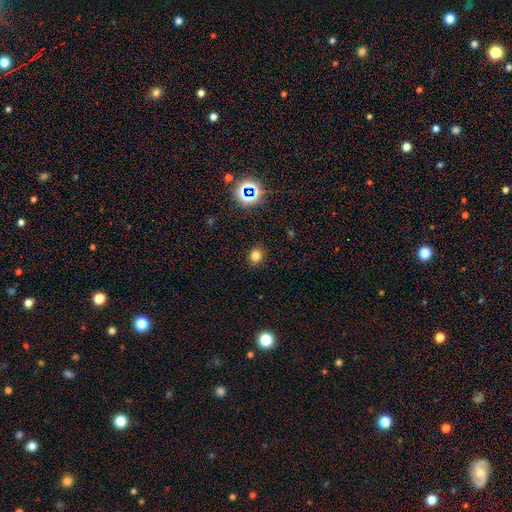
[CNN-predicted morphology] Smooth or featured: smooth — 76% (star or artifact — 18%)
How rounded: round — 76% (in between — 23%)
Merging: none — 89% (minor disturbance — 7%)